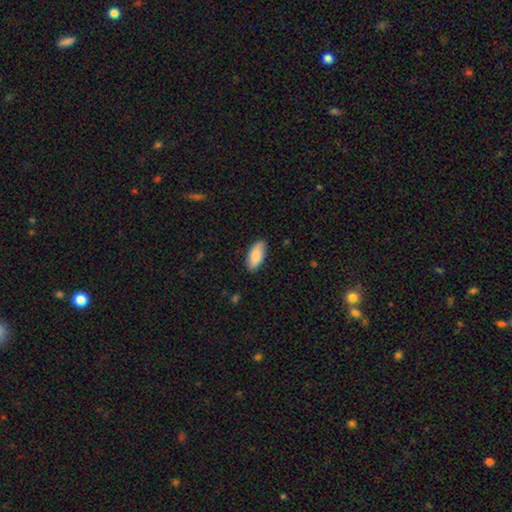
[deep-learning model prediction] Smooth or featured? smooth (84%)
How rounded? in between (90%)
Merging? none (86%)